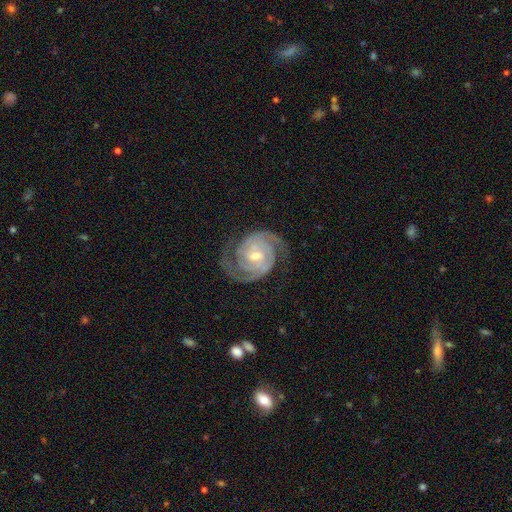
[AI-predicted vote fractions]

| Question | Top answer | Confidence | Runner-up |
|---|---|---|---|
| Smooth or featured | featured or disk | 93% | star or artifact (4%) |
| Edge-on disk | no | 98% | yes (2%) |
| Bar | no | 45% | weak (39%) |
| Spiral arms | yes | 99% | no (1%) |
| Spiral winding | tight | 69% | medium (27%) |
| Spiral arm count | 2 | 80% | 3 (9%) |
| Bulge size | moderate | 50% | small (47%) |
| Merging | none | 81% | minor disturbance (13%) |